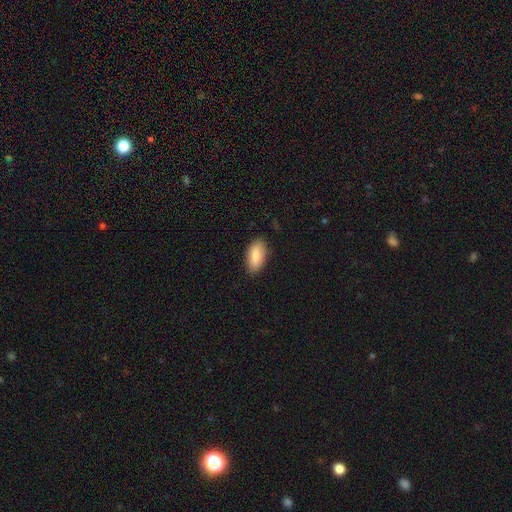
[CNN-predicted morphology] This appears to be a smooth galaxy with no disk features (85%) that is in between round and cigar-shaped (92%). Merging: none (86%).